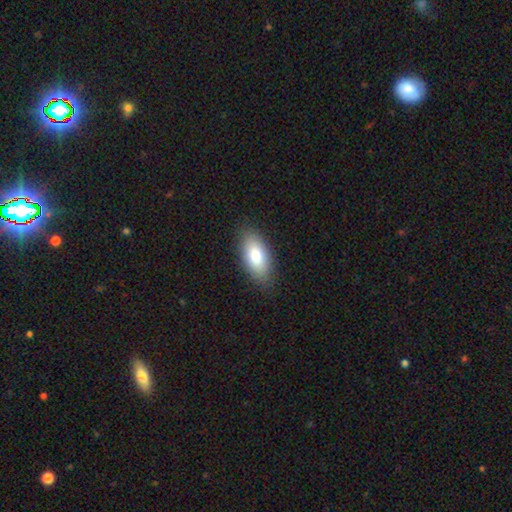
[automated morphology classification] This is clearly a smooth galaxy (80%). How rounded: clearly in between (90%). Merging: clearly none (85%).